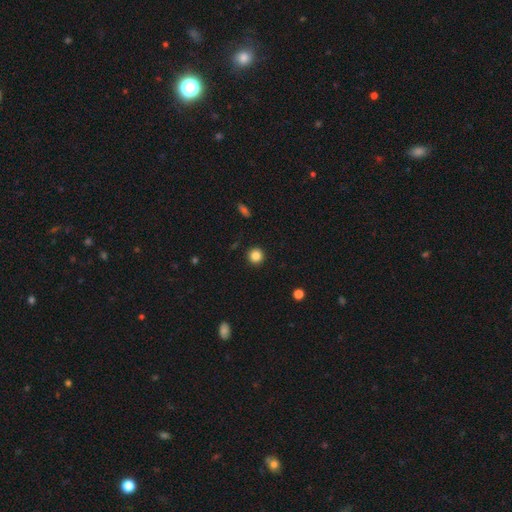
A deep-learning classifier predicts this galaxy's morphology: A smooth galaxy with no disk features (85%) that is round (95%).

Vote fractions:
- Smooth or featured? smooth: 85% / star or artifact: 11% / featured or disk: 4%
- How rounded? round: 95% / in between: 4% / cigar-shaped: 1%
- Merging? none: 93% / minor disturbance: 5% / major disturbance: 2% / merger: 1%